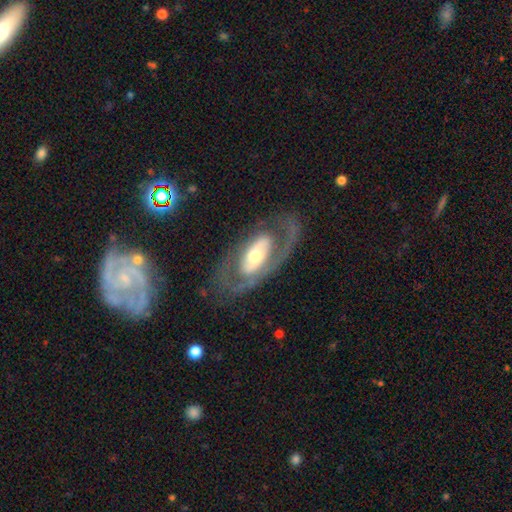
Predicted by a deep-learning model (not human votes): A featured or disk galaxy (76%) with no bar (59%), spiral arms (61%) and a moderate central bulge (60%). Merging: none (70%).